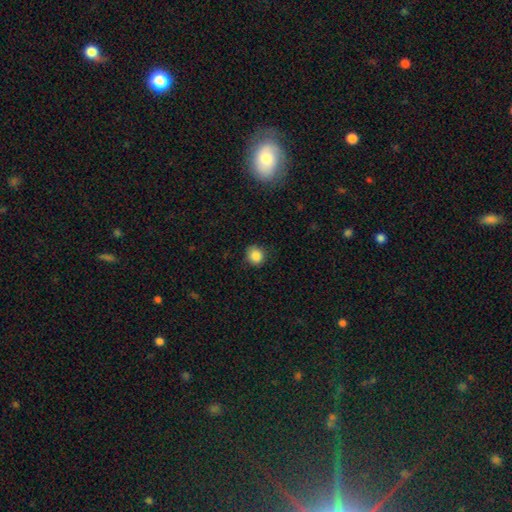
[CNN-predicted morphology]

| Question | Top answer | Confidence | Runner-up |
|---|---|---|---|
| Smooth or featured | smooth | 86% | star or artifact (10%) |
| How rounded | round | 86% | in between (13%) |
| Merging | none | 83% | minor disturbance (13%) |